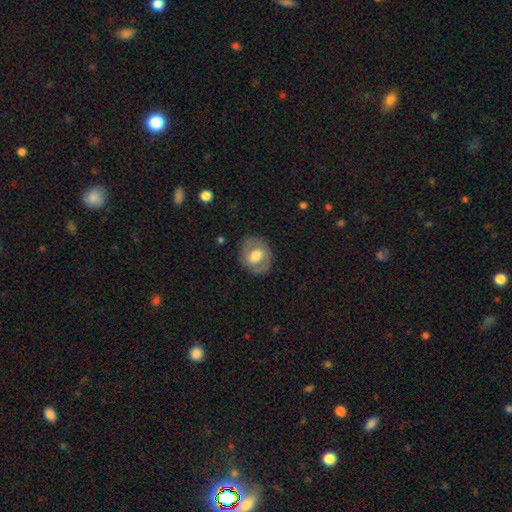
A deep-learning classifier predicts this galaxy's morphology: type=smooth (55%); roundness=round (57%); merging=none (80%).